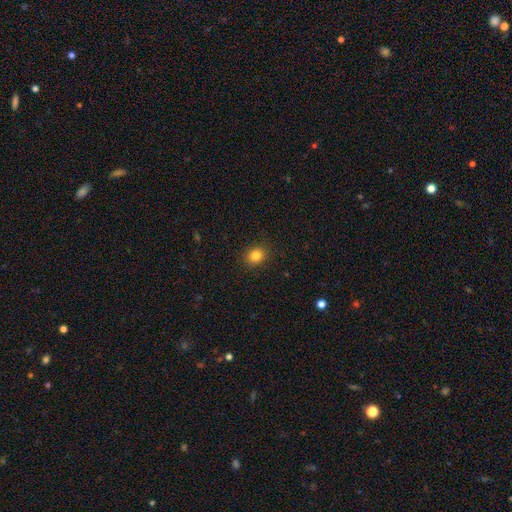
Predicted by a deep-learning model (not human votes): Q: Smooth or featured?
A: smooth (83%); runner-up: star or artifact (12%)
Q: How rounded?
A: round (63%); runner-up: in between (36%)
Q: Merging?
A: none (90%); runner-up: minor disturbance (7%)